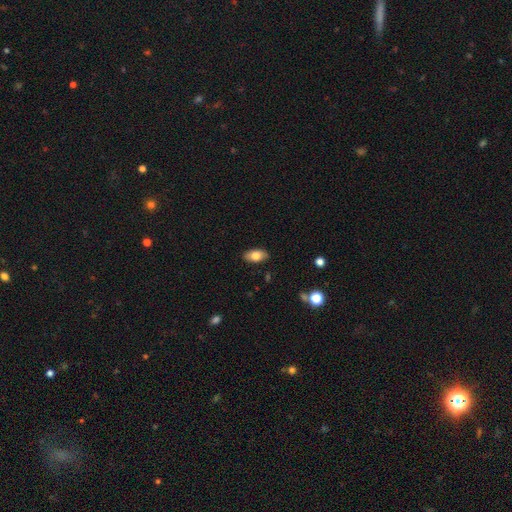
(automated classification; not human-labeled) Smooth or featured: smooth — 78% (featured or disk — 15%)
How rounded: in between — 92% (round — 4%)
Merging: none — 87% (minor disturbance — 10%)